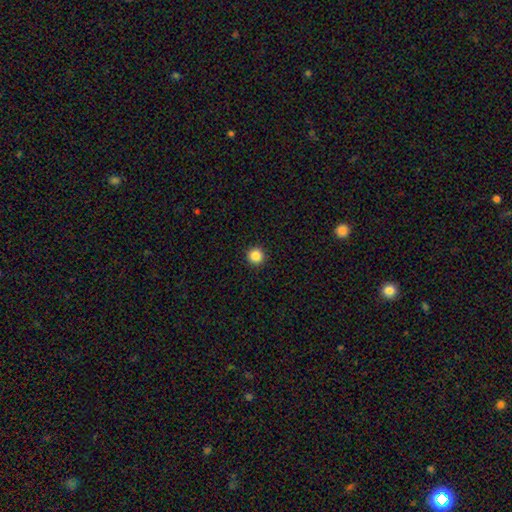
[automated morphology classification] The model was most divided on "smooth or featured": smooth: 86%, star or artifact: 11%, featured or disk: 3%. More confident: how rounded — round (96%); merging — none (94%).